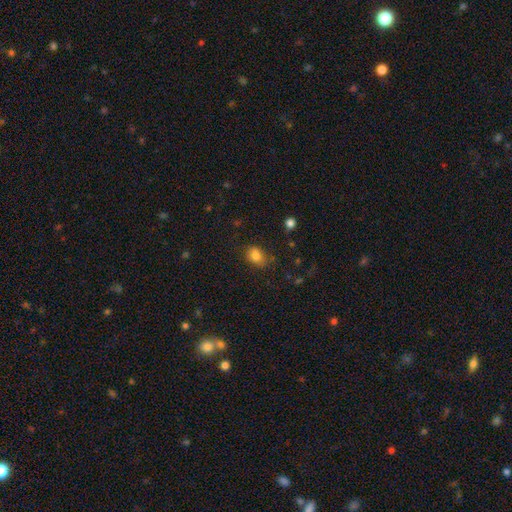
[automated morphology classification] Q: Smooth or featured?
A: smooth (81%); runner-up: star or artifact (11%)
Q: How rounded?
A: in between (64%); runner-up: round (35%)
Q: Merging?
A: none (74%); runner-up: minor disturbance (20%)